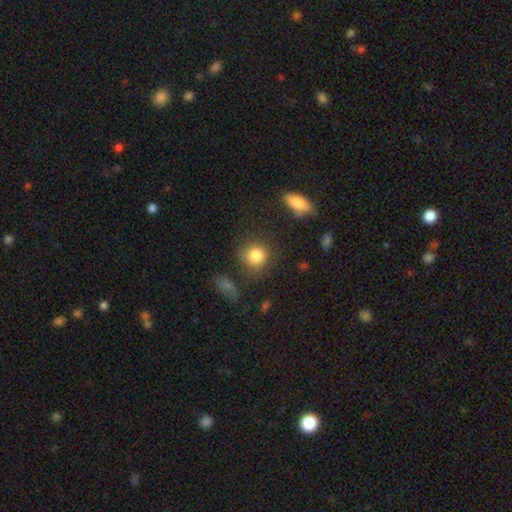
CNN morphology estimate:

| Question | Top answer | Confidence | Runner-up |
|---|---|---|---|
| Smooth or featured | smooth | 84% | star or artifact (10%) |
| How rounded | round | 83% | in between (15%) |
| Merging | none | 74% | minor disturbance (15%) |